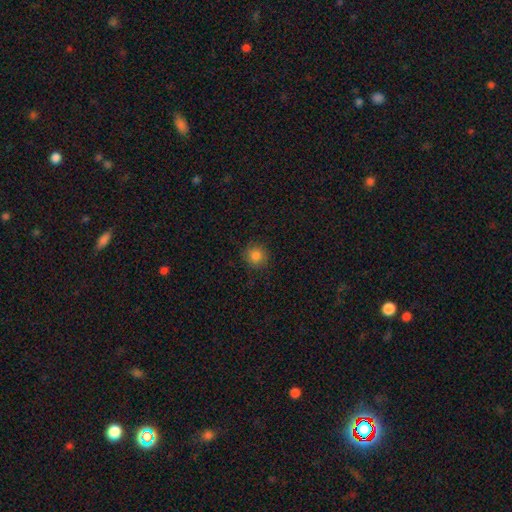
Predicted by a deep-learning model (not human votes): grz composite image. It shows a smooth galaxy with no disk features (84%) that is round (91%). Merging: none (88%).